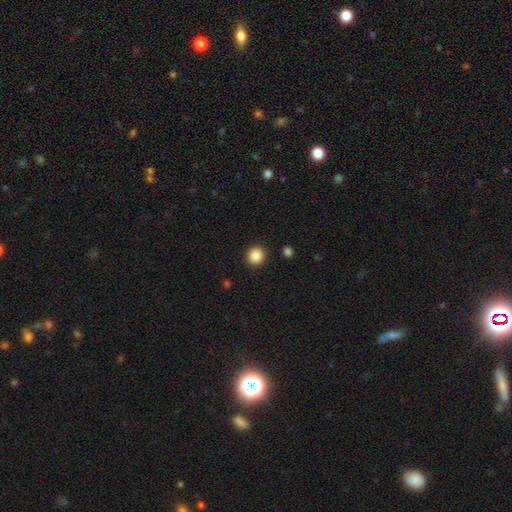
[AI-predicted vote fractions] smooth-or-featured: smooth: 87% | star or artifact: 10% | featured or disk: 3%
  how-rounded: round: 88% | in between: 11% | cigar-shaped: 1%
  merging: none: 91% | minor disturbance: 5% | major disturbance: 2% | merger: 1%